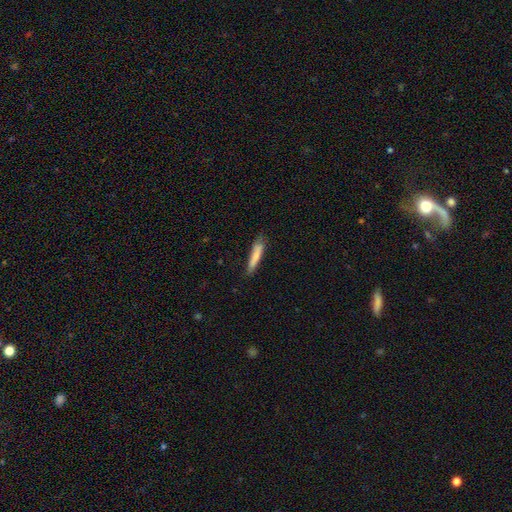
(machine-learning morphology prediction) type=smooth (76%); roundness=cigar-shaped (89%); merging=none (74%).